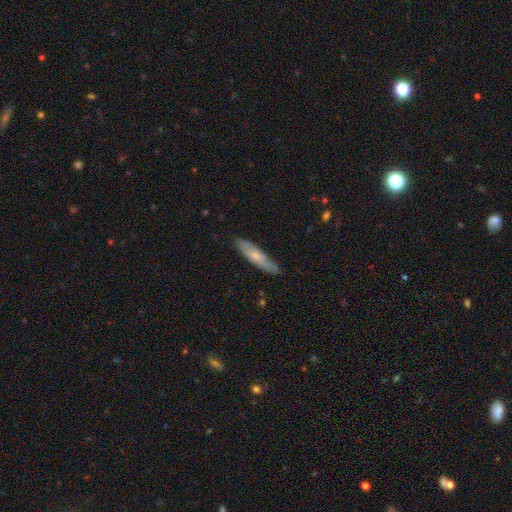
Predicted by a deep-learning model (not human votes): Smooth or featured?
  - smooth: 56% *
  - featured or disk: 39%
  - star or artifact: 5%
How rounded?
  - cigar-shaped: 79% *
  - in between: 19%
  - round: 2%
Merging?
  - none: 80% *
  - minor disturbance: 16%
  - major disturbance: 2%
  - merger: 1%